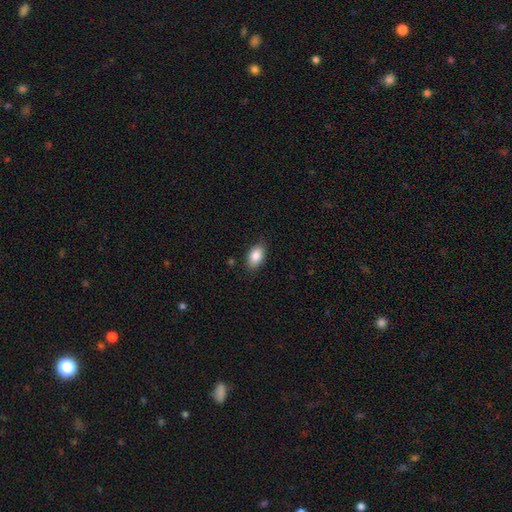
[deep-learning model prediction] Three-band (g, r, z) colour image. It shows a smooth galaxy with no disk features (86%) that is in between round and cigar-shaped (91%). Merging: none (85%).